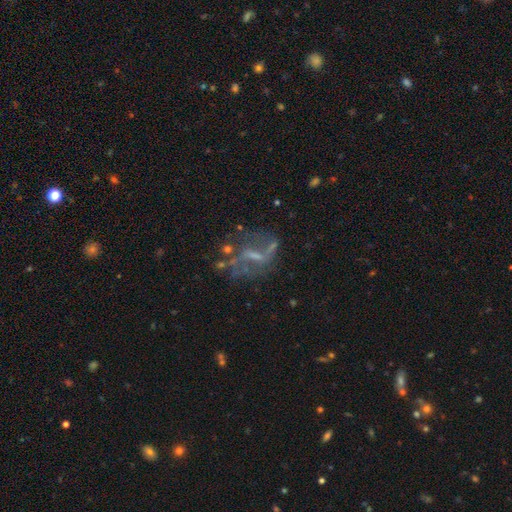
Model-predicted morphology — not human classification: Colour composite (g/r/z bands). It shows a featured or disk galaxy (70%) with a weak bar (43%), spiral arms (62%) and a small central bulge (38%). Merging: none (47%).